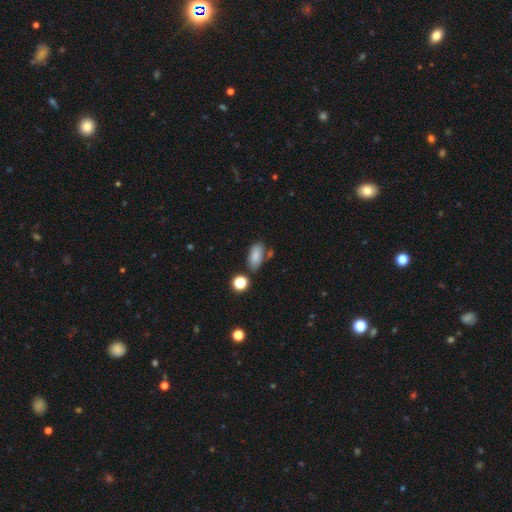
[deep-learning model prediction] This is clearly a smooth galaxy (84%). How rounded: clearly in between (89%). Merging: likely none (69%).